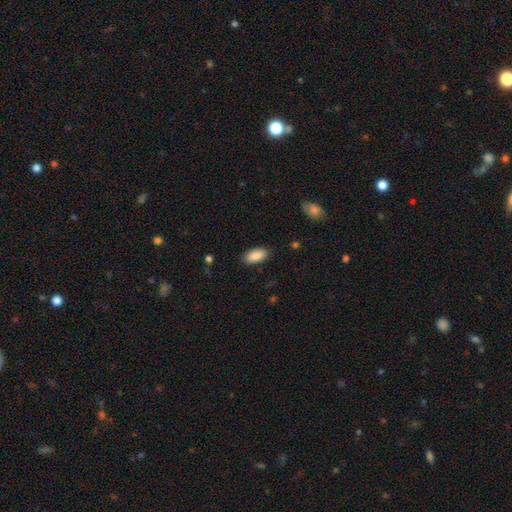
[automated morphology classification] A smooth galaxy with no disk features (88%) that is in between round and cigar-shaped (92%).

Vote fractions:
- Smooth or featured? smooth: 88% / star or artifact: 6% / featured or disk: 6%
- How rounded? in between: 92% / cigar-shaped: 6% / round: 2%
- Merging? none: 87% / minor disturbance: 10% / major disturbance: 2% / merger: 1%